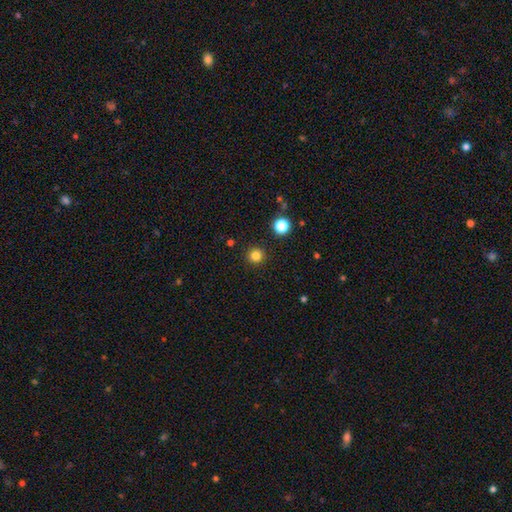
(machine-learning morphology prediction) smooth-or-featured: smooth: 82% | star or artifact: 14% | featured or disk: 4%
  how-rounded: round: 95% | in between: 4% | cigar-shaped: 1%
  merging: none: 92% | minor disturbance: 5% | major disturbance: 2% | merger: 1%